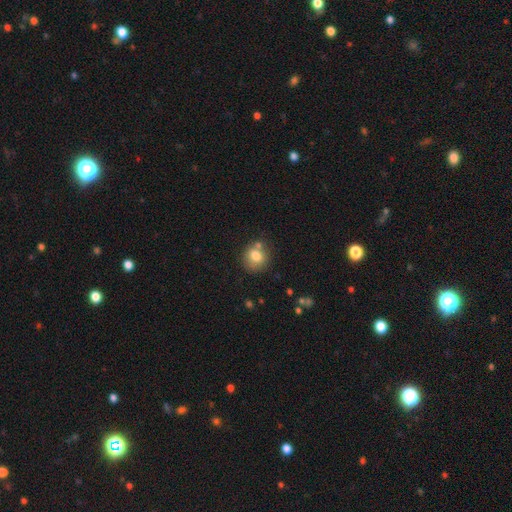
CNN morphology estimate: smooth_or_featured: smooth (p=0.77) [alt: featured or disk p=0.13]
how_rounded: round (p=0.80) [alt: in between p=0.19]
merging: none (p=0.64) [alt: merger p=0.17]